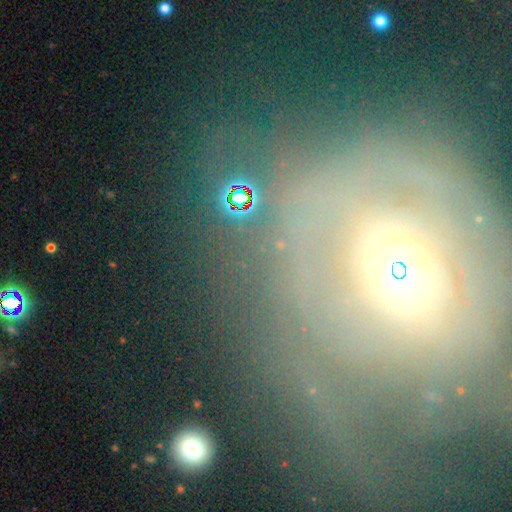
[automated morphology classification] Overall: featured or disk (40%; star or artifact 32%). Merging: none (67%).